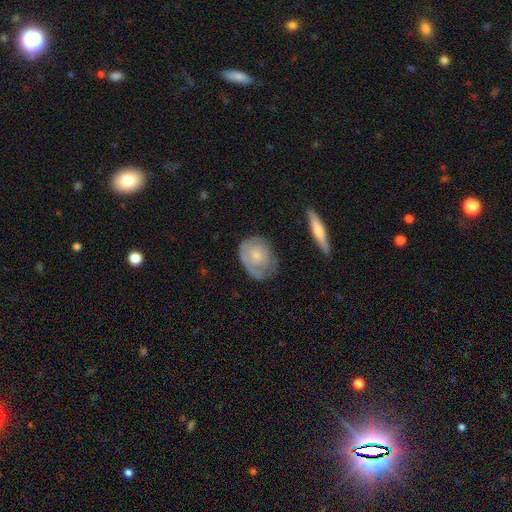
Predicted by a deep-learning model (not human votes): smooth_or_featured: smooth (p=0.54) [alt: featured or disk p=0.40]
how_rounded: in between (p=0.51) [alt: round p=0.48]
merging: none (p=0.59) [alt: minor disturbance p=0.28]